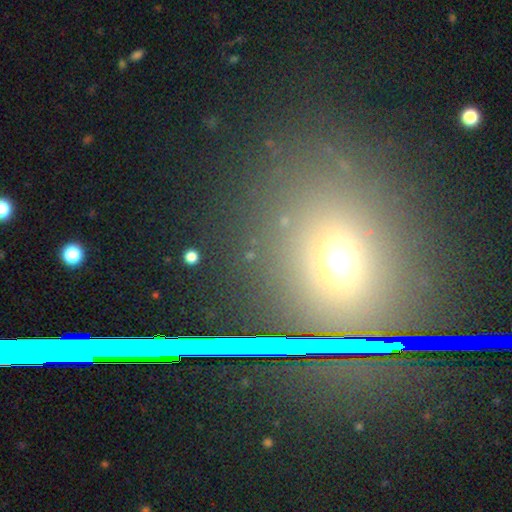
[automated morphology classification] smooth-or-featured: smooth: 50% | star or artifact: 38% | featured or disk: 11%
  how-rounded: round: 56% | in between: 41% | cigar-shaped: 3%
  merging: none: 83% | minor disturbance: 9% | major disturbance: 5% | merger: 3%